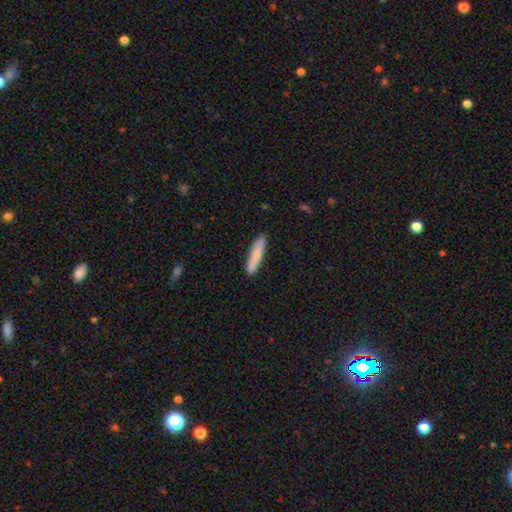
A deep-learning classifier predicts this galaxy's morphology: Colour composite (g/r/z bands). It shows a smooth galaxy with no disk features (82%) that is cigar-shaped (87%). Merging: none (88%).